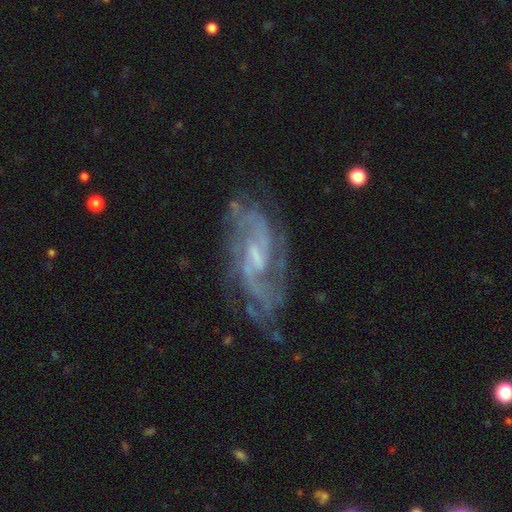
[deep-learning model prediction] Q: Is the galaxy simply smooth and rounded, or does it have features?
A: featured or disk — 86%.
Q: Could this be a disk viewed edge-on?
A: no — 94%.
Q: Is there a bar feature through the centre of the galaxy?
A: weak — 54%.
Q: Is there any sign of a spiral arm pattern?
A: yes — 92%.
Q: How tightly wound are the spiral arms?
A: medium — 47%.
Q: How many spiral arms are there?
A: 2 — 47%.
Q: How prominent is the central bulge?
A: small — 45%.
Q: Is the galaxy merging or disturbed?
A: none — 65%.